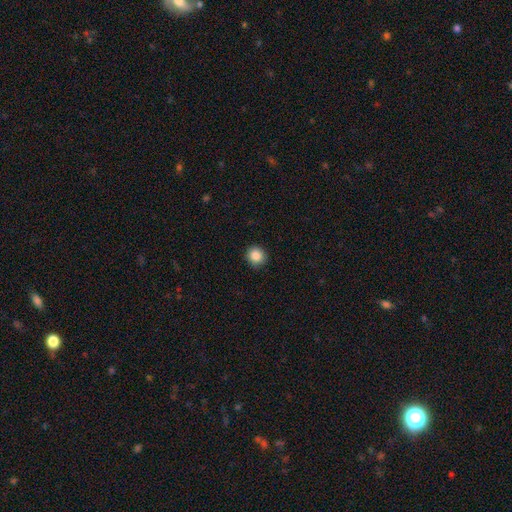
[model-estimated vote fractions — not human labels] smooth_or_featured: smooth (p=0.87) [alt: star or artifact p=0.10]
how_rounded: round (p=0.92) [alt: in between p=0.07]
merging: none (p=0.90) [alt: minor disturbance p=0.07]